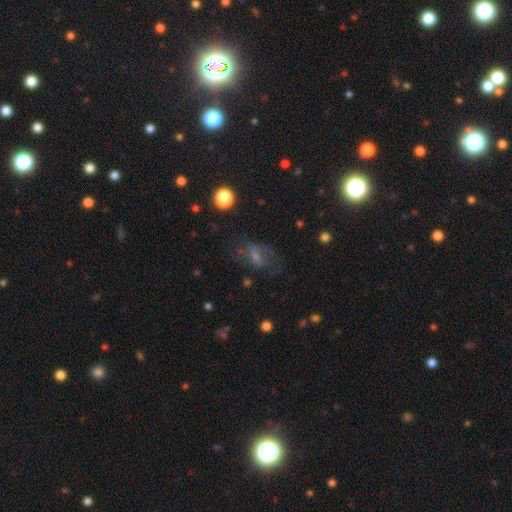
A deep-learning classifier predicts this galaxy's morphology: The model was most divided on "smooth or featured": smooth: 43%, featured or disk: 37%, star or artifact: 21%. More confident: merging — none (50%).